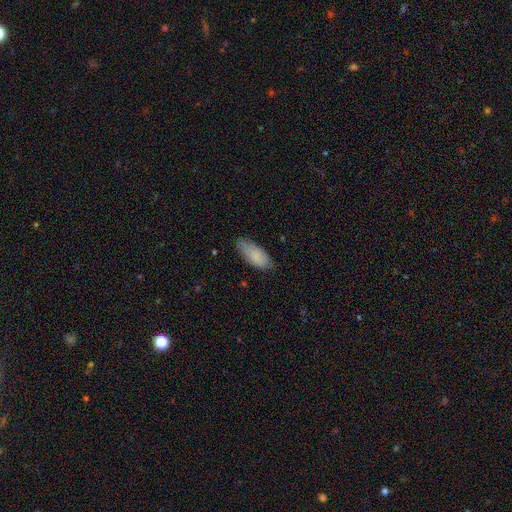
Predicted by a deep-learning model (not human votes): The model was most divided on "merging": none: 72%, minor disturbance: 23%, major disturbance: 4%, merger: 1%. More confident: smooth or featured — smooth (85%); how rounded — in between (83%).